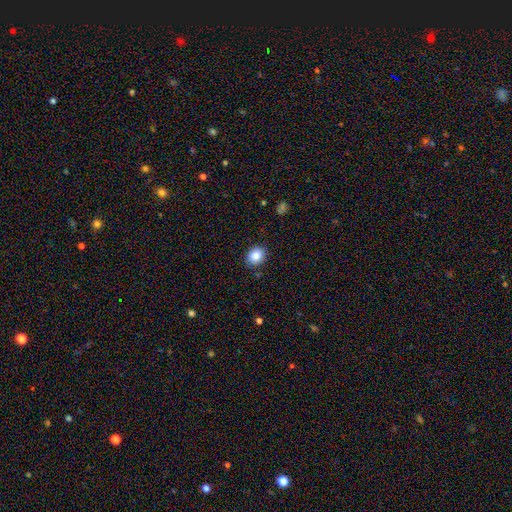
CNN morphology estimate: smooth_or_featured: smooth (p=0.86) [alt: star or artifact p=0.09]
how_rounded: round (p=0.65) [alt: in between p=0.34]
merging: none (p=0.86) [alt: minor disturbance p=0.10]